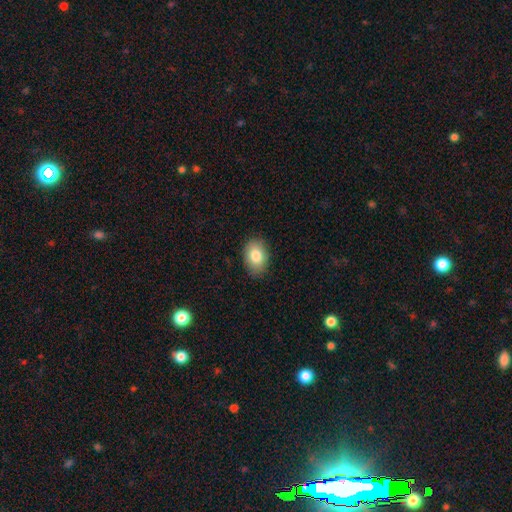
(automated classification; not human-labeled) A smooth galaxy with no disk features (83%) that is in between round and cigar-shaped (79%). Merging: none (86%).